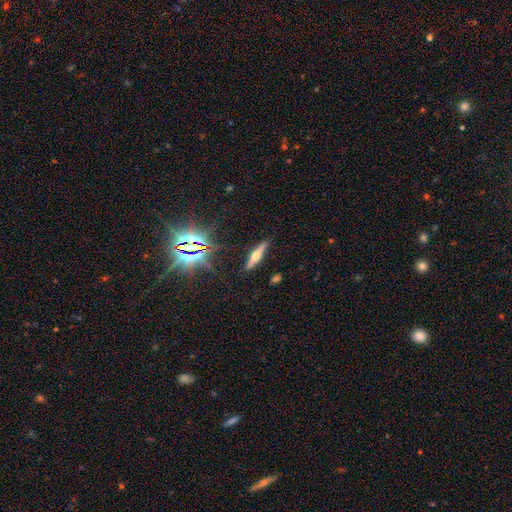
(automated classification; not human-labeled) The model was most divided on "smooth or featured": featured or disk: 51%, smooth: 34%, star or artifact: 15%. More confident: edge-on disk — yes (93%); merging — none (88%).